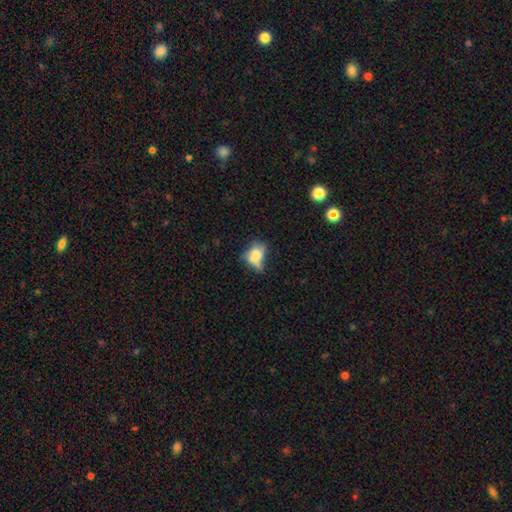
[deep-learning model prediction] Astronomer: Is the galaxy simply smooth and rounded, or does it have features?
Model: smooth — 66%.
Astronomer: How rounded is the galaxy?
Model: in between — 76%.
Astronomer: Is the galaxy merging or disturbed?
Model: none — 32% (runner-up: minor disturbance, 30%).